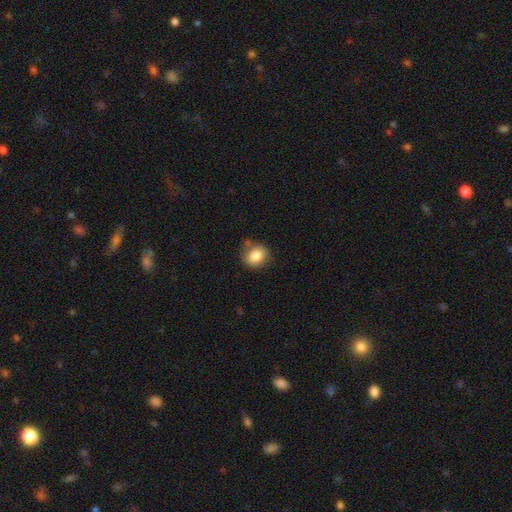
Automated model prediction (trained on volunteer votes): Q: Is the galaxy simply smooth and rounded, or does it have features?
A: smooth — 83%.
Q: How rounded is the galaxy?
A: round — 69%.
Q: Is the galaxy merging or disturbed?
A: none — 70%.